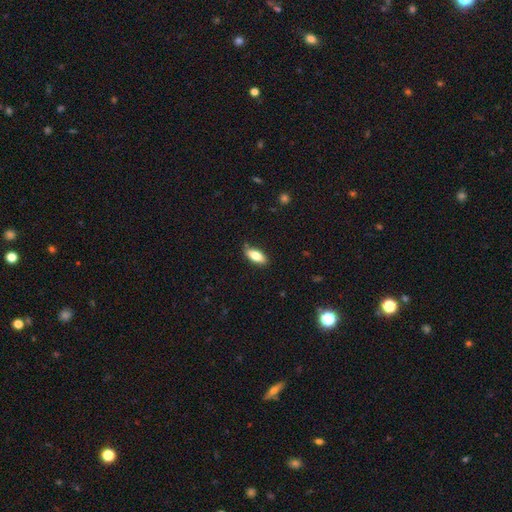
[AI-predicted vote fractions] Smooth or featured?
  - smooth: 76% *
  - featured or disk: 18%
  - star or artifact: 6%
How rounded?
  - in between: 75% *
  - cigar-shaped: 22%
  - round: 2%
Merging?
  - none: 85% *
  - minor disturbance: 12%
  - major disturbance: 2%
  - merger: 1%